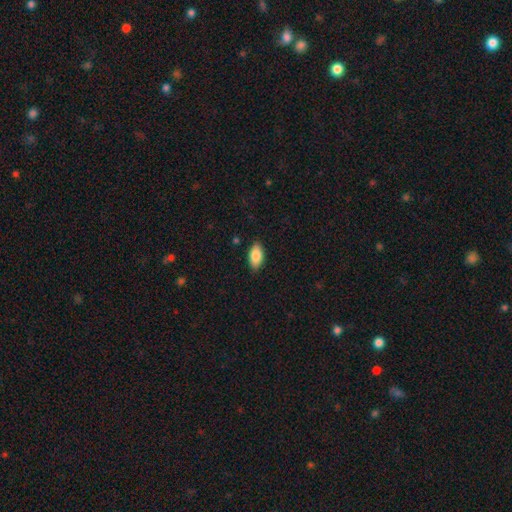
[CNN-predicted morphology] type=smooth (85%); roundness=in between (92%); merging=none (86%).